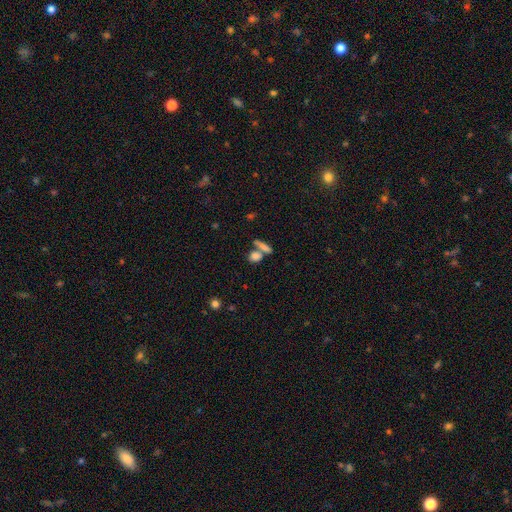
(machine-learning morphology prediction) Q: Smooth or featured?
A: smooth (79%); runner-up: star or artifact (11%)
Q: How rounded?
A: in between (51%); runner-up: round (32%)
Q: Merging?
A: none (46%); runner-up: merger (40%)